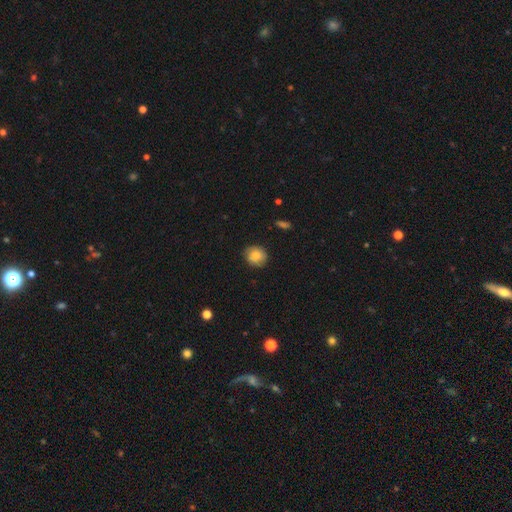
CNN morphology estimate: This is clearly a smooth galaxy (83%). How rounded: clearly round (83%). Merging: clearly none (87%).